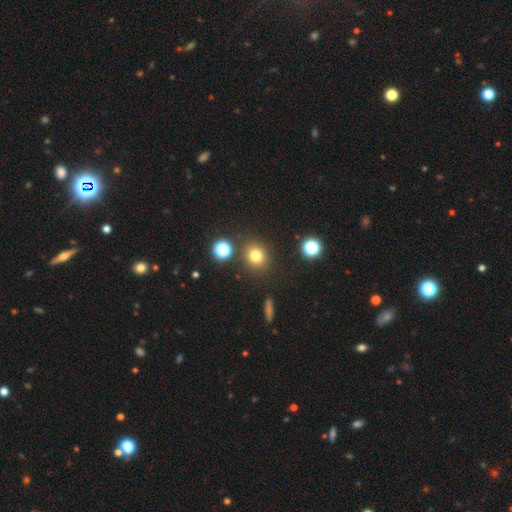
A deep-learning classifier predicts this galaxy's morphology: Smooth or featured: smooth — 77% (star or artifact — 16%)
How rounded: round — 81% (in between — 18%)
Merging: none — 85% (minor disturbance — 8%)